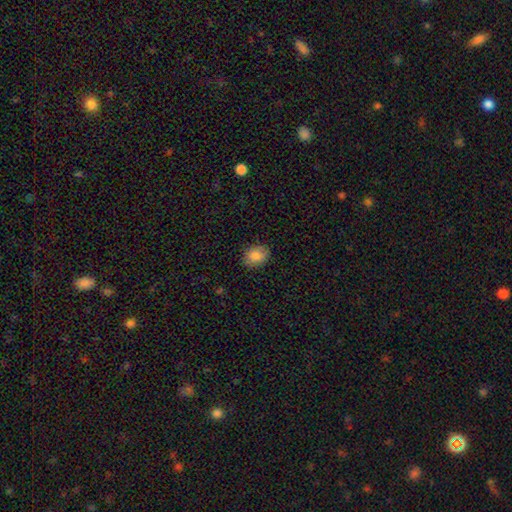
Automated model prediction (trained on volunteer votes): smooth_or_featured: smooth (p=0.85) [alt: star or artifact p=0.08]
how_rounded: in between (p=0.65) [alt: round p=0.34]
merging: none (p=0.85) [alt: minor disturbance p=0.12]